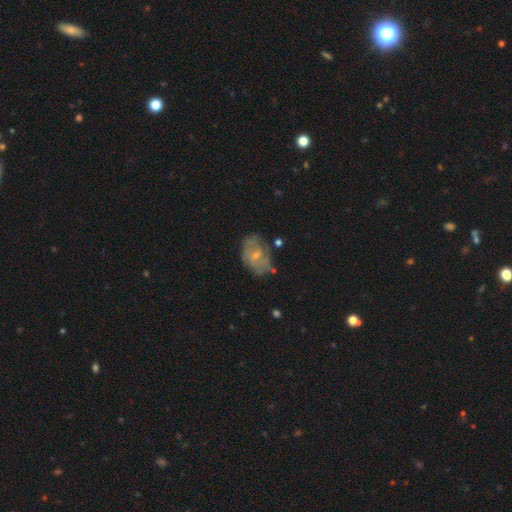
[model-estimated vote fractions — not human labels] Smooth or featured?
  - featured or disk: 62% *
  - smooth: 30%
  - star or artifact: 8%
Edge-on disk?
  - no: 97% *
  - yes: 3%
Bar?
  - no: 58% *
  - weak: 36%
  - strong: 5%
Spiral arms?
  - yes: 67% *
  - no: 33%
Bulge size?
  - small: 65% *
  - moderate: 26%
  - none: 7%
  - large: 1%
  - dominant: 1%
Merging?
  - none: 55% *
  - minor disturbance: 27%
  - major disturbance: 13%
  - merger: 5%